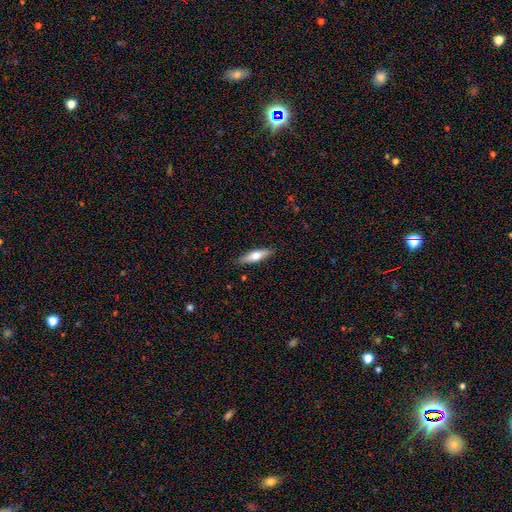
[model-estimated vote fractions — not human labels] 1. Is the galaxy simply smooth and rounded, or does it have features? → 60% smooth, 34% featured or disk, 6% star or artifact.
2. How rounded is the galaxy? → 62% cigar-shaped, 36% in between, 2% round.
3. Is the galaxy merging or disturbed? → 87% none, 10% minor disturbance, 2% major disturbance, 1% merger.